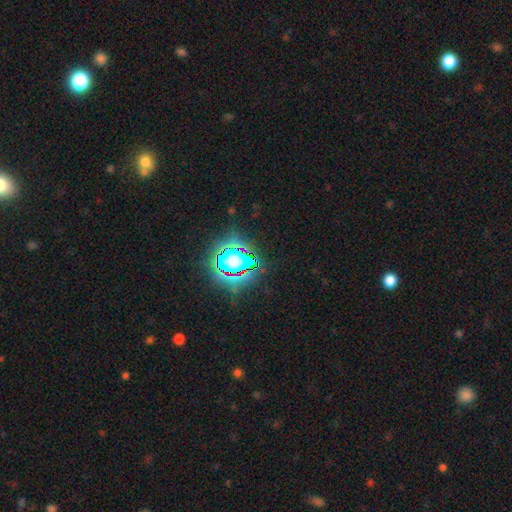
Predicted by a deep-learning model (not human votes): Smooth or featured: star or artifact — 83% (smooth — 10%)